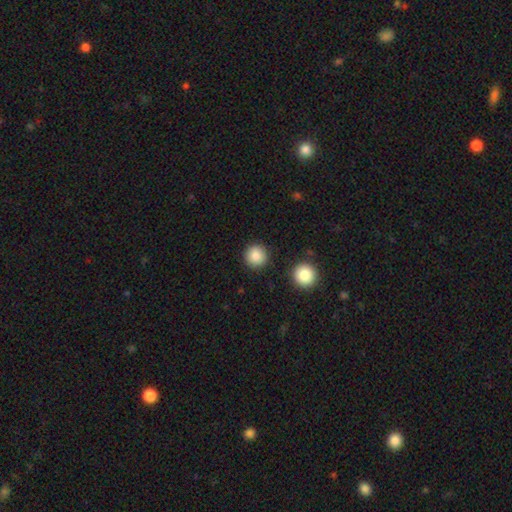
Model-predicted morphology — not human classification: smooth-or-featured: smooth: 87% | star or artifact: 9% | featured or disk: 4%
  how-rounded: round: 94% | in between: 5% | cigar-shaped: 1%
  merging: none: 89% | minor disturbance: 6% | merger: 2% | major disturbance: 2%